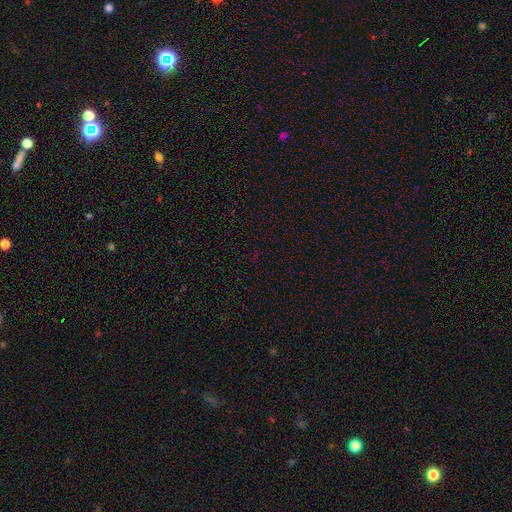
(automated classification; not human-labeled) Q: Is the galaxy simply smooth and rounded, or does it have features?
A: star or artifact — 75%.